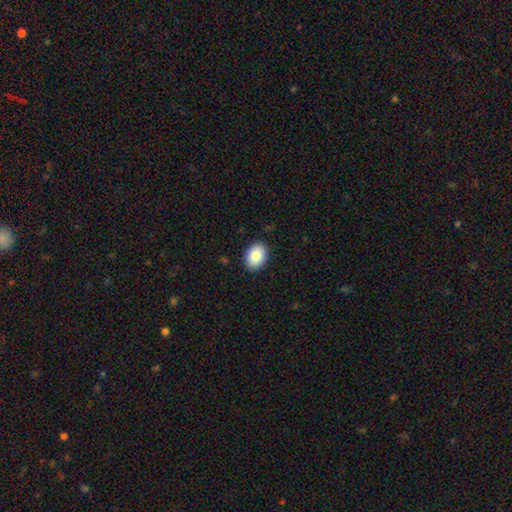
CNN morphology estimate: Overall: smooth (86%). How rounded: in between (75%). Merging: none (89%).